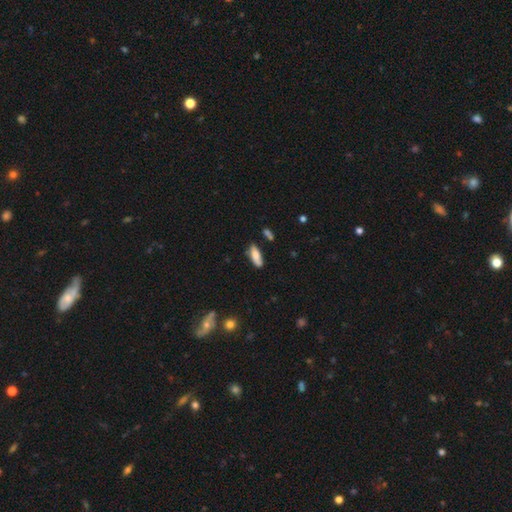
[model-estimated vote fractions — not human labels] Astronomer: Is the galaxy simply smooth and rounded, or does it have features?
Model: smooth — 78%.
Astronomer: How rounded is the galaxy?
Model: in between — 67%.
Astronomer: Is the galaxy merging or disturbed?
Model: none — 73%.